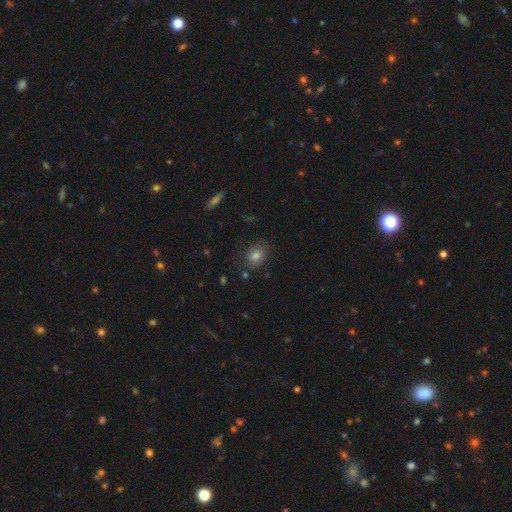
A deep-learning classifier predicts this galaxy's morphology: A smooth galaxy with no disk features (71%) that is in between round and cigar-shaped (52%). Merging: none (79%).